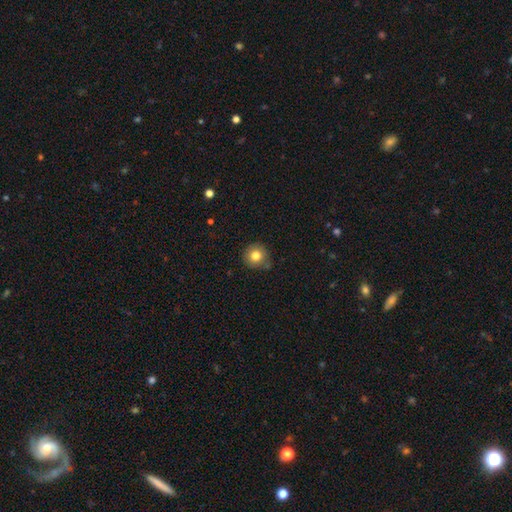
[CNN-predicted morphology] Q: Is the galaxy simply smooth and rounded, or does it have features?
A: smooth — 81%.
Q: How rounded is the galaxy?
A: round — 93%.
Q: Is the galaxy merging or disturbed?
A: none — 79%.